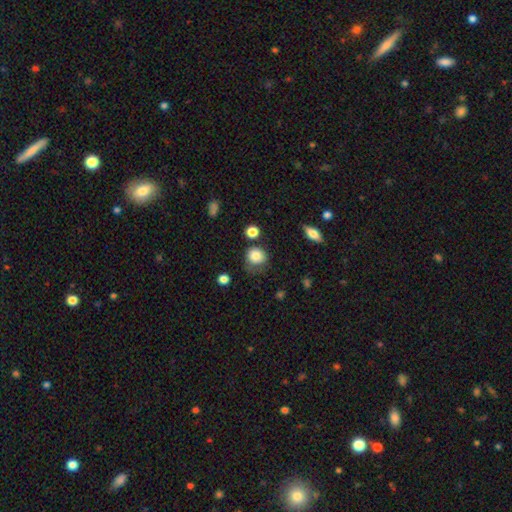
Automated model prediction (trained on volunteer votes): This appears to be a smooth galaxy with no disk features (83%) that is round (78%). Merging: none (54%).